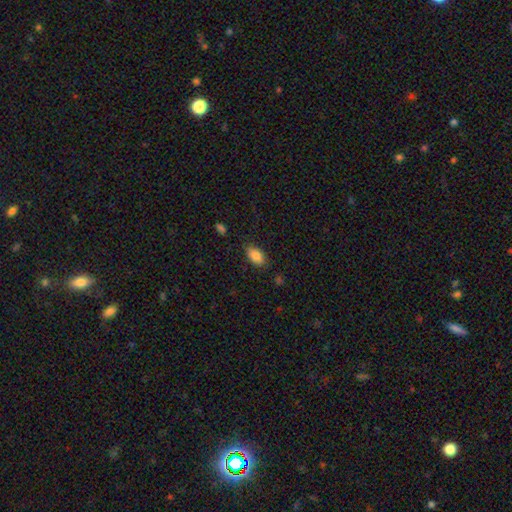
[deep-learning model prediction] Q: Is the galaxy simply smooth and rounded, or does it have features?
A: smooth — 86%.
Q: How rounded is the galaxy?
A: in between — 92%.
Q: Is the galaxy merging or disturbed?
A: none — 81%.